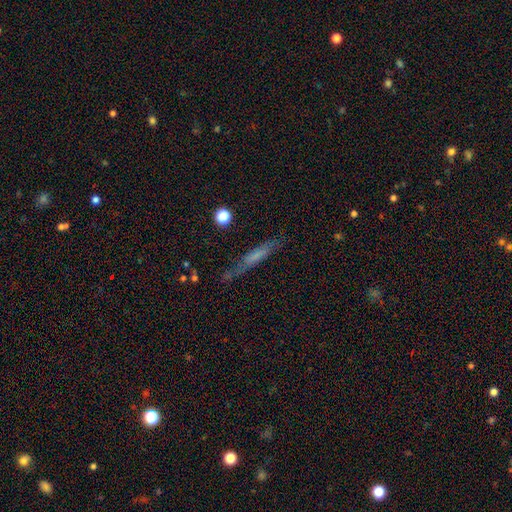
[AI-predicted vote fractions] The model was most divided on "smooth or featured": smooth: 48%, featured or disk: 41%, star or artifact: 11%. More confident: merging — none (68%).